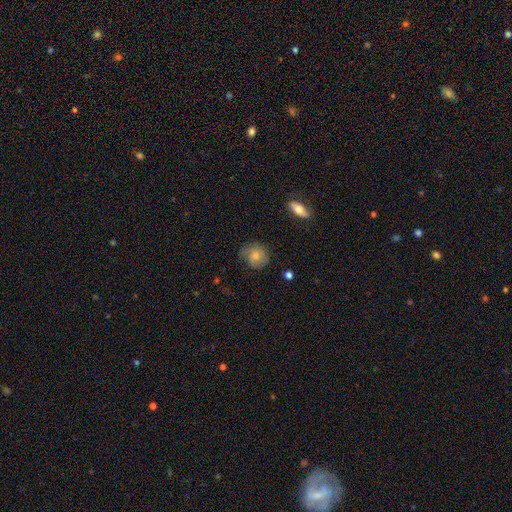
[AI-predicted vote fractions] smooth_or_featured: smooth (p=0.71) [alt: featured or disk p=0.20]
how_rounded: round (p=0.77) [alt: in between p=0.22]
merging: none (p=0.59) [alt: minor disturbance p=0.28]